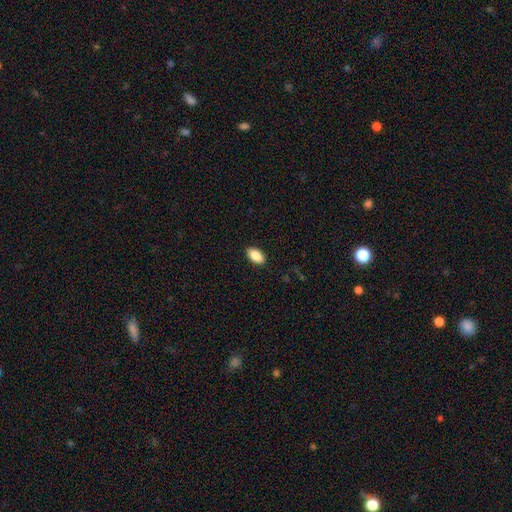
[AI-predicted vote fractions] The model was most divided on "smooth or featured": smooth: 87%, star or artifact: 7%, featured or disk: 6%. More confident: how rounded — in between (93%); merging — none (90%).